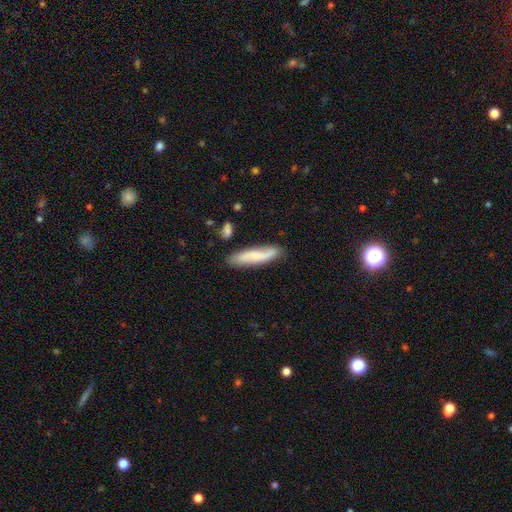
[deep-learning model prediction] Overall: smooth (65%; featured or disk 29%). How rounded: cigar-shaped (80%). Merging: none (79%).